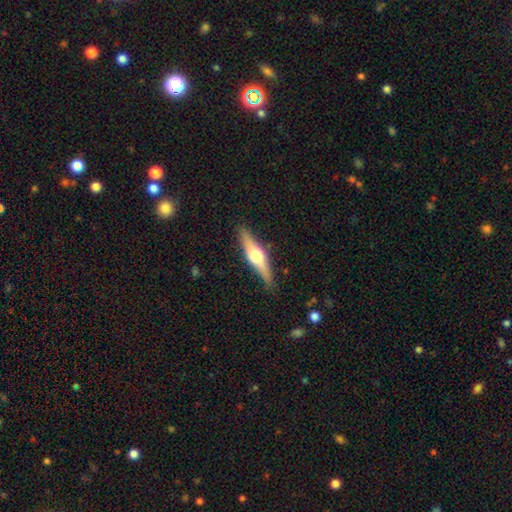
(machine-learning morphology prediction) This is possibly a featured or disk galaxy (60%). It is clearly viewed edge-on (95%). Edge-on bulge: clearly rounded (93%). Merging: clearly none (86%).